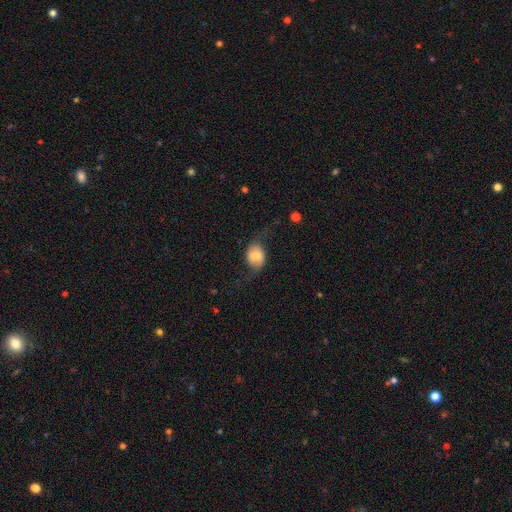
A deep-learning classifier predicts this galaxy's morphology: This appears to be a smooth galaxy with no disk features (52%) that is in between round and cigar-shaped (55%). Merging: none (56%).